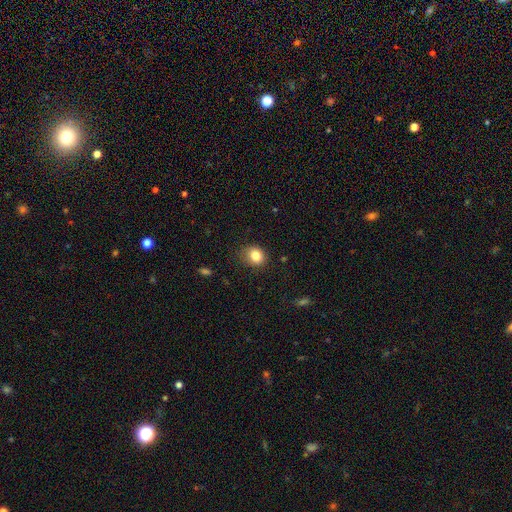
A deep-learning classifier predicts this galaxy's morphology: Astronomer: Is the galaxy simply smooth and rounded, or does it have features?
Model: smooth — 84%.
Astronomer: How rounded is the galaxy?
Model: round — 68%.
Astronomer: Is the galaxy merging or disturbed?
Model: none — 78%.